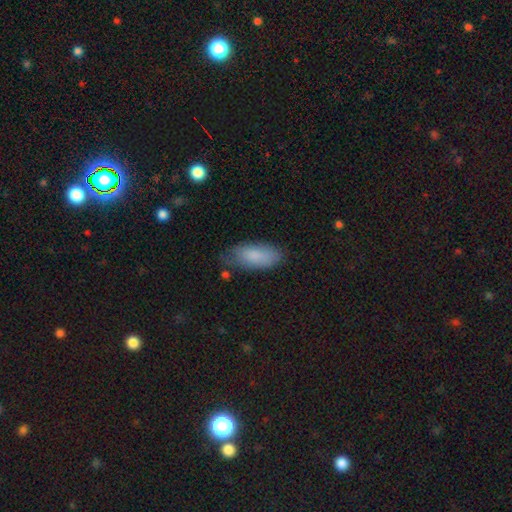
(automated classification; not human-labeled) Smooth or featured?
  - smooth: 83% *
  - featured or disk: 10%
  - star or artifact: 6%
How rounded?
  - in between: 87% *
  - cigar-shaped: 11%
  - round: 2%
Merging?
  - none: 67% *
  - minor disturbance: 25%
  - major disturbance: 6%
  - merger: 2%